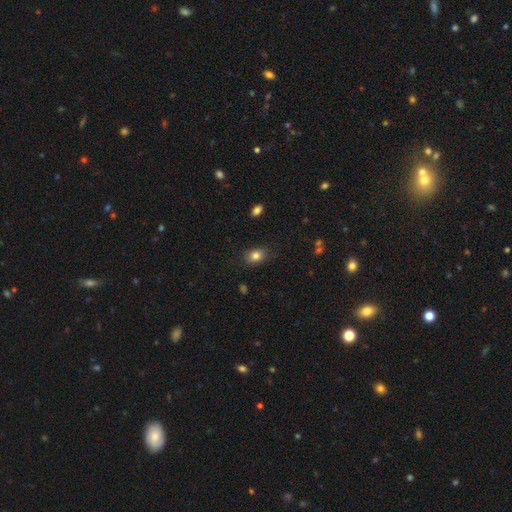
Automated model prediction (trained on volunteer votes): This is clearly a smooth galaxy (82%). How rounded: likely in between (61%). Merging: clearly none (84%).